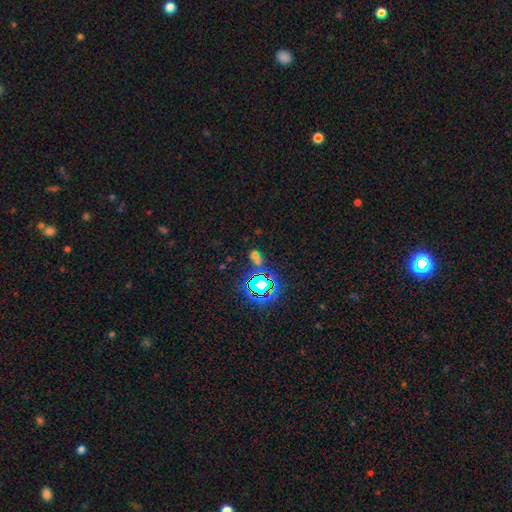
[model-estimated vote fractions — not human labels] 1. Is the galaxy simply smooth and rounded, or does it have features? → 53% star or artifact, 36% smooth, 11% featured or disk.